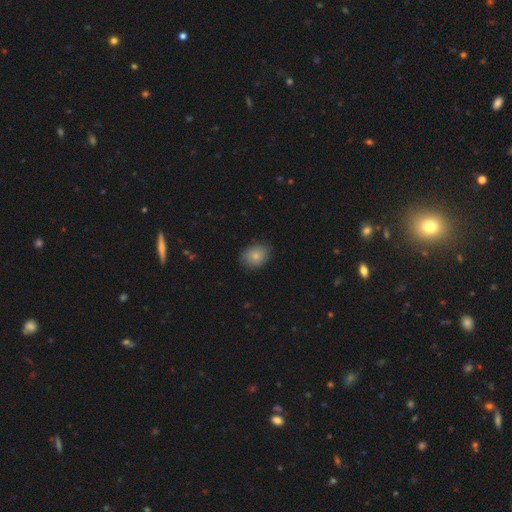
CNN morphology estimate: A smooth galaxy with no disk features (82%) that is round (51%).

Vote fractions:
- Smooth or featured? smooth: 82% / featured or disk: 9% / star or artifact: 8%
- How rounded? round: 51% / in between: 48% / cigar-shaped: 1%
- Merging? none: 83% / minor disturbance: 13% / major disturbance: 3% / merger: 1%